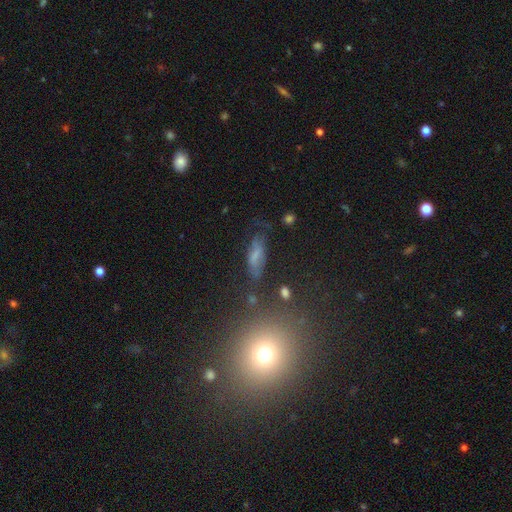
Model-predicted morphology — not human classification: type=smooth (52%); roundness=in between (58%); merging=none (57%).